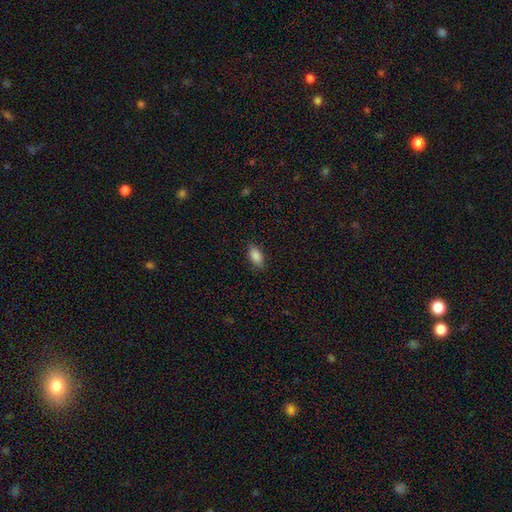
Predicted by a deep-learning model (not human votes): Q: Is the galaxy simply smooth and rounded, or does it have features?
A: smooth — 87%.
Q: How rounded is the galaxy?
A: in between — 89%.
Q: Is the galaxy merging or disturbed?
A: none — 85%.